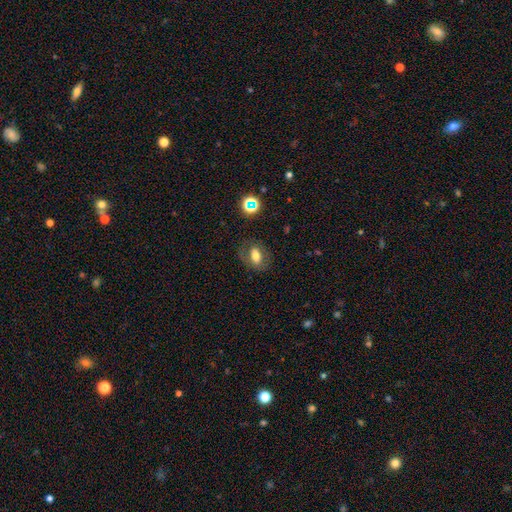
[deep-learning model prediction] Q: Smooth or featured?
A: smooth (60%); runner-up: featured or disk (28%)
Q: How rounded?
A: in between (76%); runner-up: round (22%)
Q: Merging?
A: none (75%); runner-up: minor disturbance (14%)